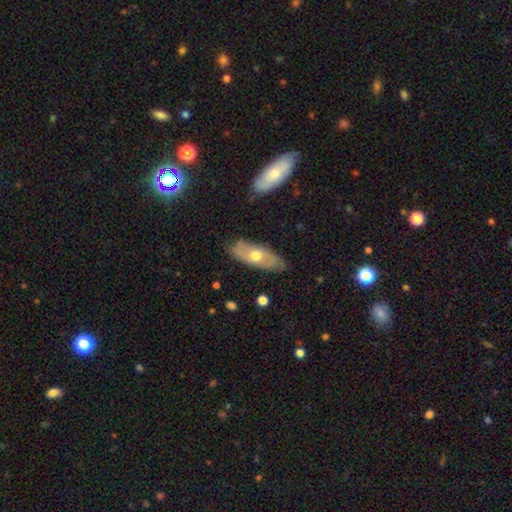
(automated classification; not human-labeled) Smooth or featured: featured or disk — 48% (smooth — 46%)
Merging: none — 76% (minor disturbance — 19%)